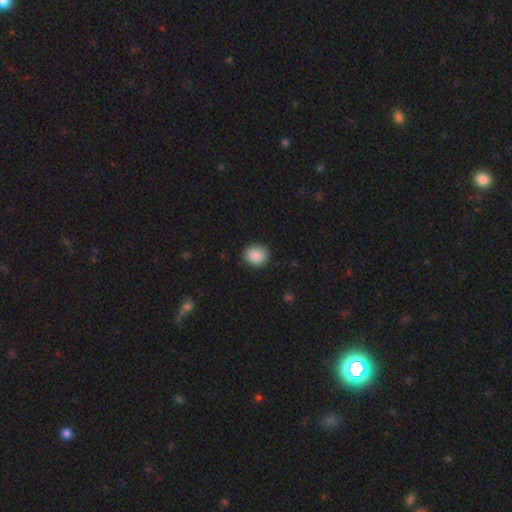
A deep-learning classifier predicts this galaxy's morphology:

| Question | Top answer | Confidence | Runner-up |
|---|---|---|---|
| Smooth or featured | smooth | 89% | star or artifact (8%) |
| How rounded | round | 78% | in between (21%) |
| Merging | none | 88% | minor disturbance (9%) |